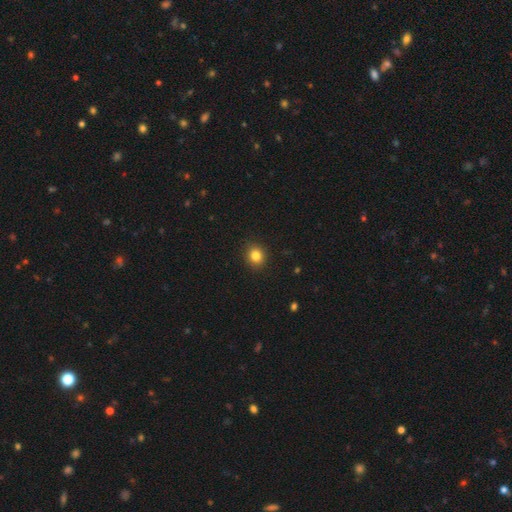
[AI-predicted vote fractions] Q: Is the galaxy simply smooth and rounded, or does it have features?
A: smooth — 83%.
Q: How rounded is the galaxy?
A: round — 76%.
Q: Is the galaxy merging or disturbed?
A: none — 91%.